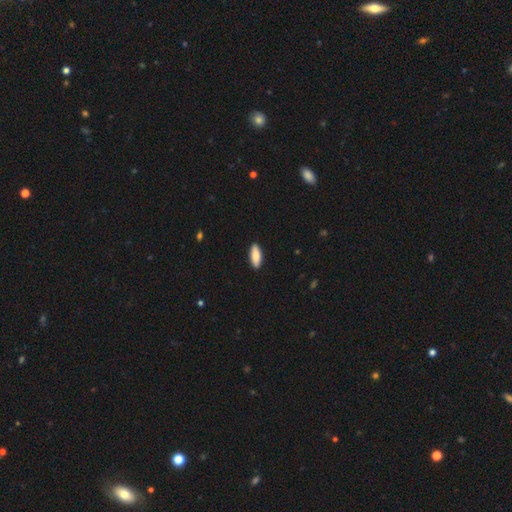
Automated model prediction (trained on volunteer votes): This appears to be a smooth galaxy with no disk features (82%) that is in between round and cigar-shaped (71%). Merging: none (91%).